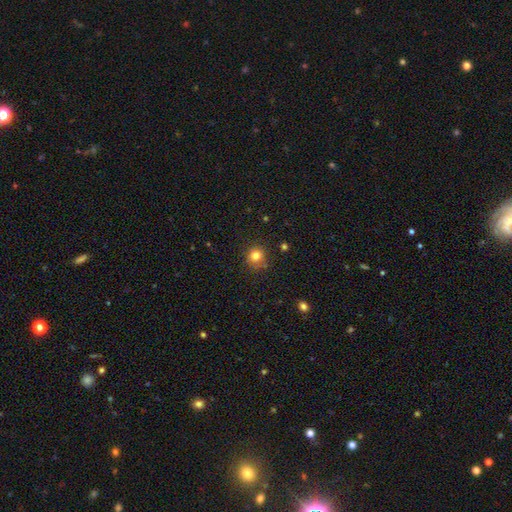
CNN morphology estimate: A smooth galaxy with no disk features (80%) that is round (89%). Merging: none (84%).